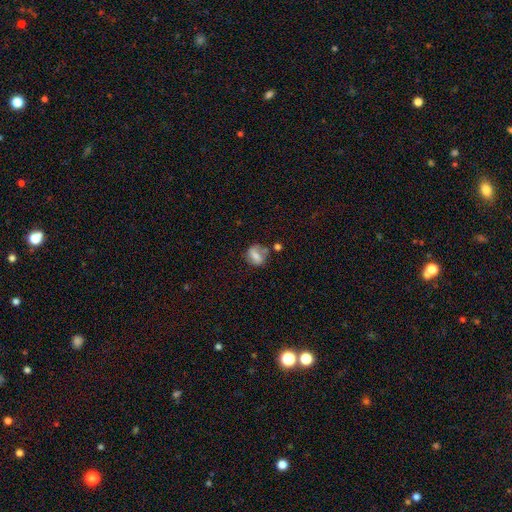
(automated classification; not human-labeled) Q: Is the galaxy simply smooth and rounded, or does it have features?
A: smooth — 58%.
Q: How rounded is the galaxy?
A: round — 54%.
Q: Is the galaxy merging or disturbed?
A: none — 51%.